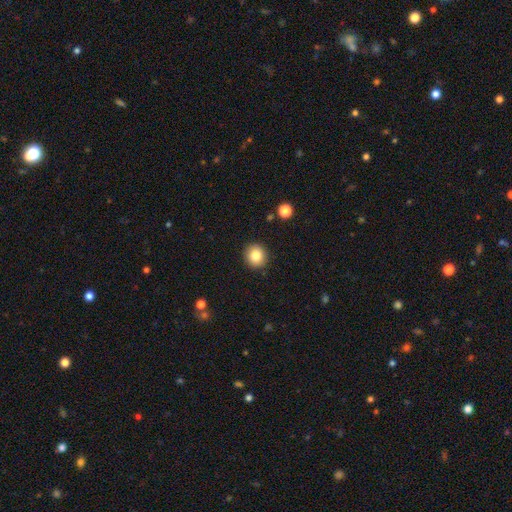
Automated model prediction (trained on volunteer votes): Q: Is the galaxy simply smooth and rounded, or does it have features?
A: smooth — 83%.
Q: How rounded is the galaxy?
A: round — 88%.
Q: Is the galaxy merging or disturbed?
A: none — 91%.